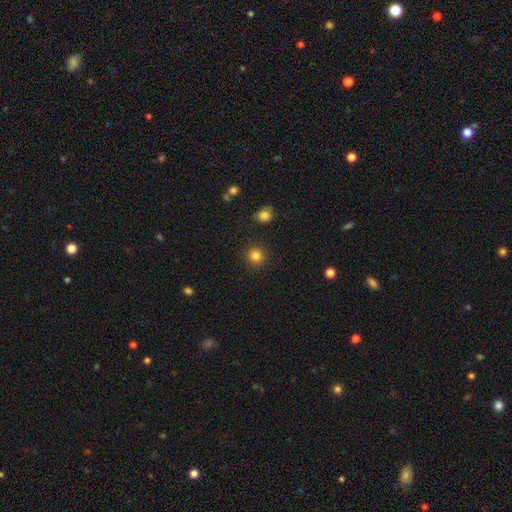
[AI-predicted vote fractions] Overall: smooth (84%). How rounded: round (93%). Merging: none (90%).